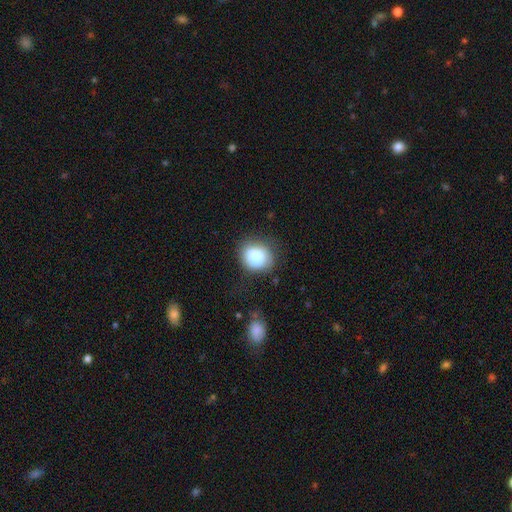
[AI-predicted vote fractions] This is clearly a smooth galaxy (82%). How rounded: likely round (63%). Merging: likely none (73%).